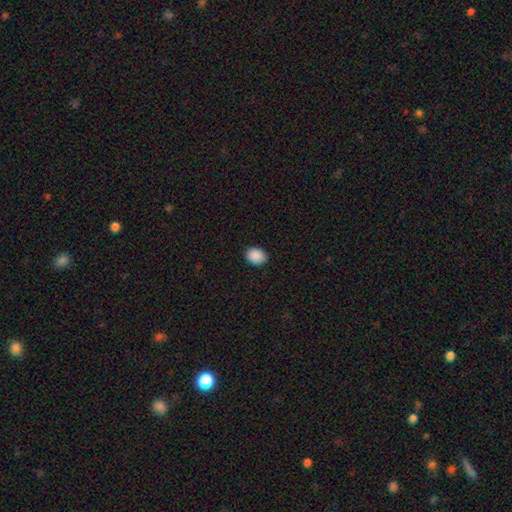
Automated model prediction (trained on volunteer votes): smooth 90%, star or artifact 8%, featured or disk 2%. Down the decision tree: how rounded — in between (60%); merging — none (90%).